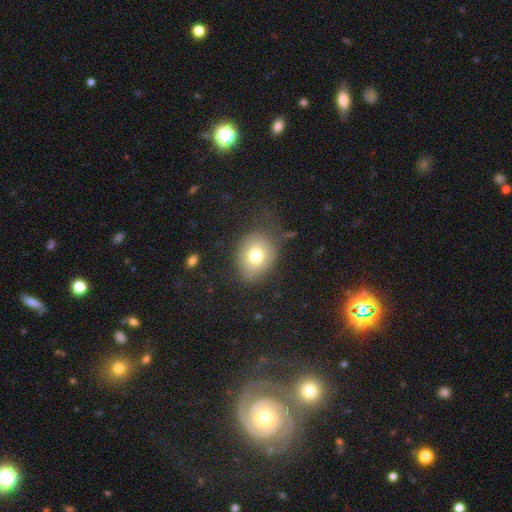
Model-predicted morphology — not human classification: Smooth or featured: smooth — 73% (featured or disk — 16%)
How rounded: round — 54% (in between — 45%)
Merging: none — 68% (minor disturbance — 19%)